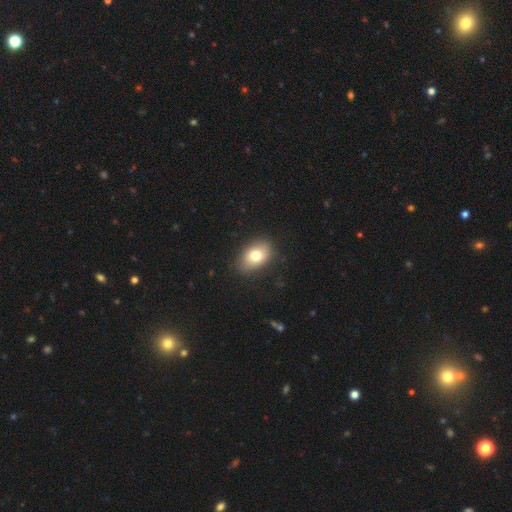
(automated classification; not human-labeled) smooth-or-featured: smooth: 77% | featured or disk: 14% | star or artifact: 8%
  how-rounded: in between: 83% | round: 16% | cigar-shaped: 1%
  merging: none: 85% | minor disturbance: 11% | major disturbance: 3% | merger: 1%